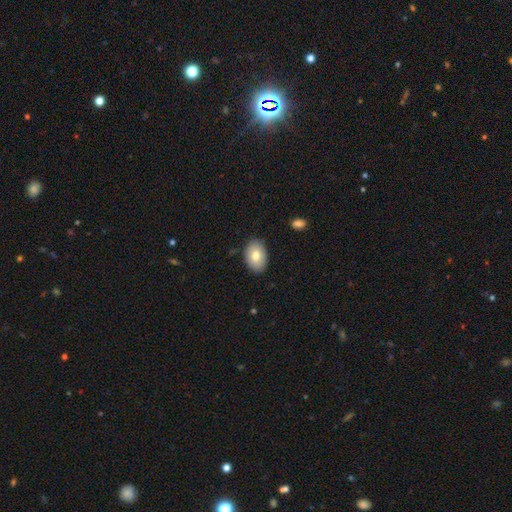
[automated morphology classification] type=smooth (77%); roundness=in between (88%); merging=none (86%).